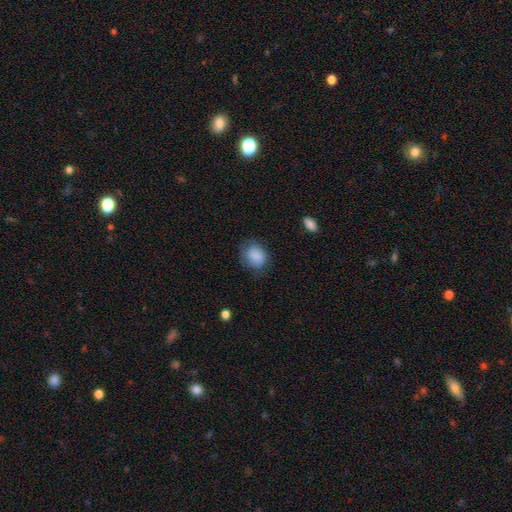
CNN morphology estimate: smooth-or-featured: smooth: 87% | star or artifact: 7% | featured or disk: 6%
  how-rounded: round: 58% | in between: 41% | cigar-shaped: 1%
  merging: none: 71% | minor disturbance: 21% | major disturbance: 7% | merger: 1%